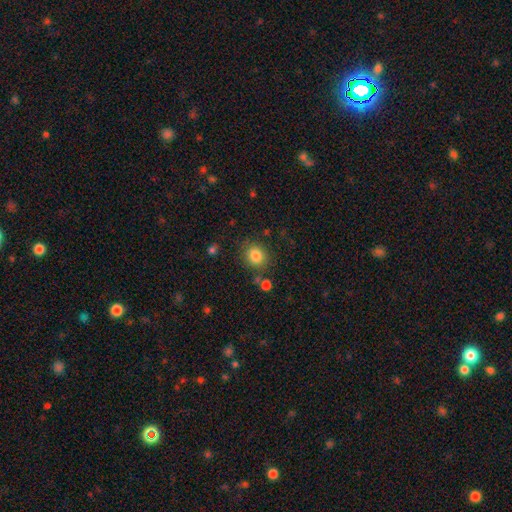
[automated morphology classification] This is clearly a smooth galaxy (83%). How rounded: likely round (77%). Merging: clearly none (81%).